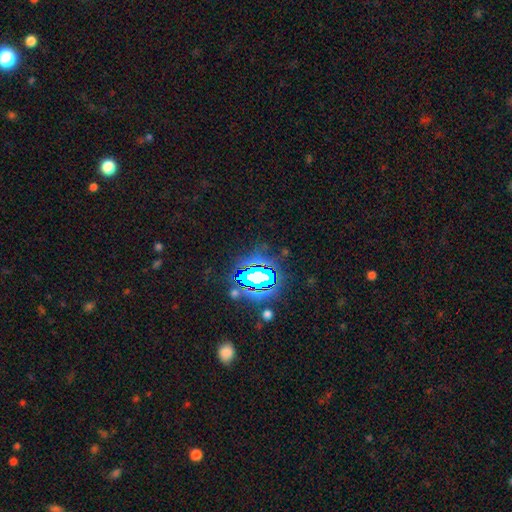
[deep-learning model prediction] A star or artifact, not a galaxy (79%).